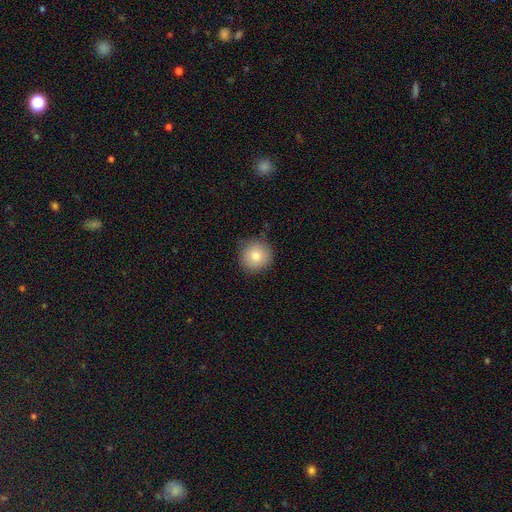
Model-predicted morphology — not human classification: A smooth galaxy with no disk features (80%) that is round (95%).

Vote fractions:
- Smooth or featured? smooth: 80% / star or artifact: 10% / featured or disk: 10%
- How rounded? round: 95% / in between: 5% / cigar-shaped: 1%
- Merging? none: 87% / minor disturbance: 10% / major disturbance: 2% / merger: 1%